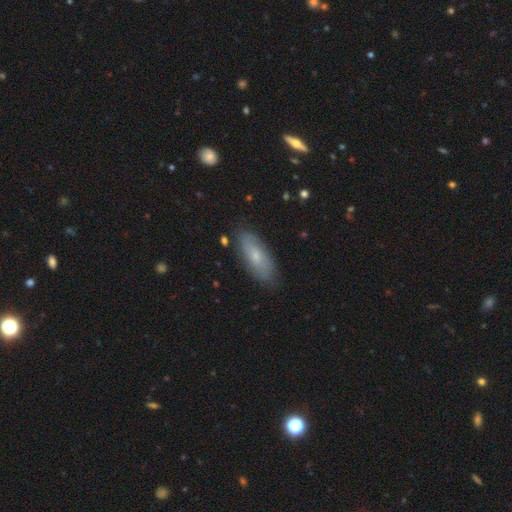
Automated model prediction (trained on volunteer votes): smooth 59%, featured or disk 33%, star or artifact 7%. Down the decision tree: how rounded — in between (76%); merging — none (82%).